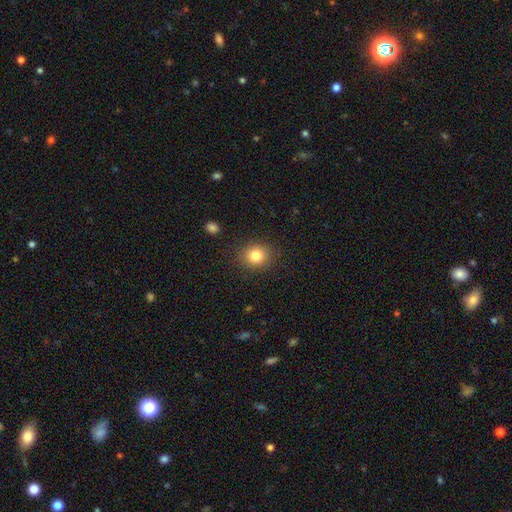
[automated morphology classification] smooth 82%, star or artifact 11%, featured or disk 7%. Down the decision tree: how rounded — round (77%); merging — none (87%).